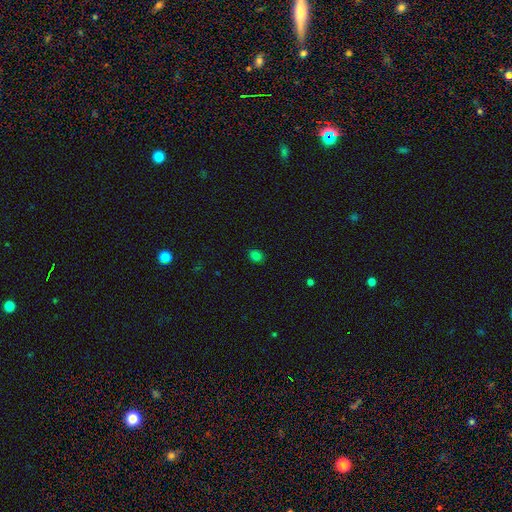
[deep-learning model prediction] Smooth or featured?
  - smooth: 80% *
  - star or artifact: 16%
  - featured or disk: 4%
How rounded?
  - round: 51% *
  - in between: 48%
  - cigar-shaped: 1%
Merging?
  - none: 88% *
  - minor disturbance: 9%
  - major disturbance: 2%
  - merger: 1%